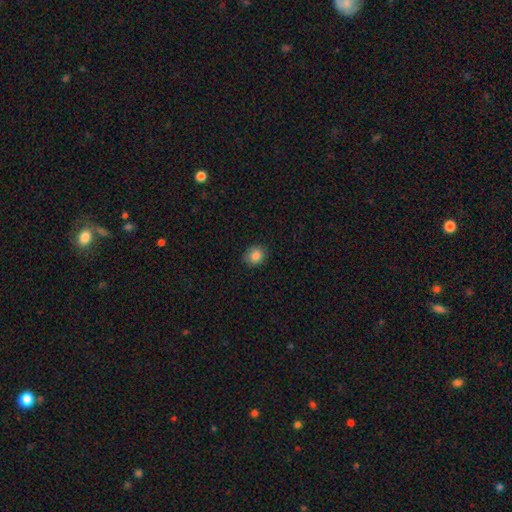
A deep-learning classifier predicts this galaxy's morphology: Smooth or featured: smooth — 85% (star or artifact — 10%)
How rounded: round — 71% (in between — 28%)
Merging: none — 85% (minor disturbance — 11%)